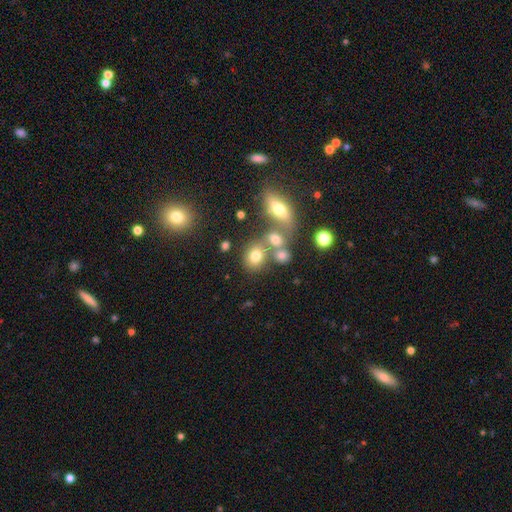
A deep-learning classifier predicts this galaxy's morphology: Q: Smooth or featured?
A: smooth (70%); runner-up: star or artifact (15%)
Q: How rounded?
A: round (53%); runner-up: in between (45%)
Q: Merging?
A: none (48%); runner-up: merger (35%)